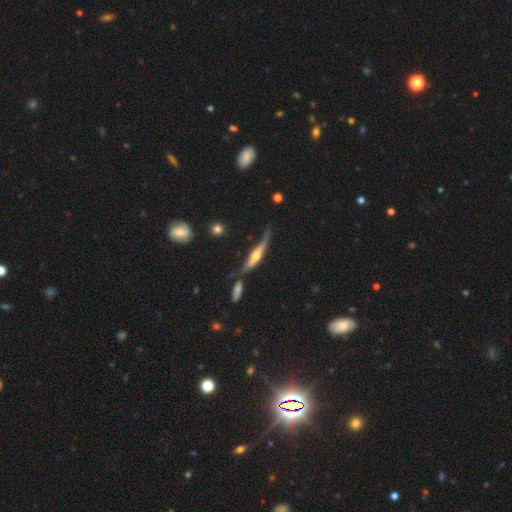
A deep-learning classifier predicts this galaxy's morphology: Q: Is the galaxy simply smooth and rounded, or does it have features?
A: featured or disk — 73%.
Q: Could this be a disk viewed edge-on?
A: yes — 92%.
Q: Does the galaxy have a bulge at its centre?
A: rounded — 88%.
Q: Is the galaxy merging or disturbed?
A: none — 52%.